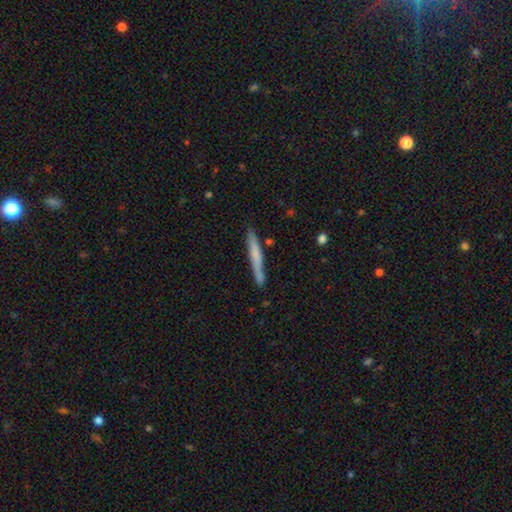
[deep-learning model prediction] This is possibly a smooth galaxy (58%). How rounded: clearly cigar-shaped (96%). Merging: clearly none (83%).